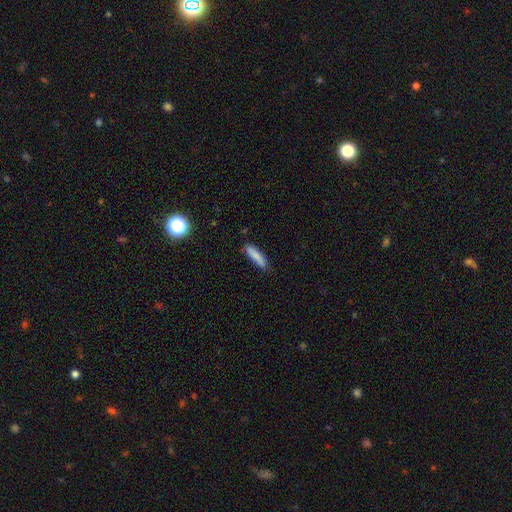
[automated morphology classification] smooth-or-featured: smooth: 85% | featured or disk: 8% | star or artifact: 7%
  how-rounded: cigar-shaped: 78% | in between: 20% | round: 1%
  merging: none: 78% | minor disturbance: 17% | major disturbance: 3% | merger: 2%